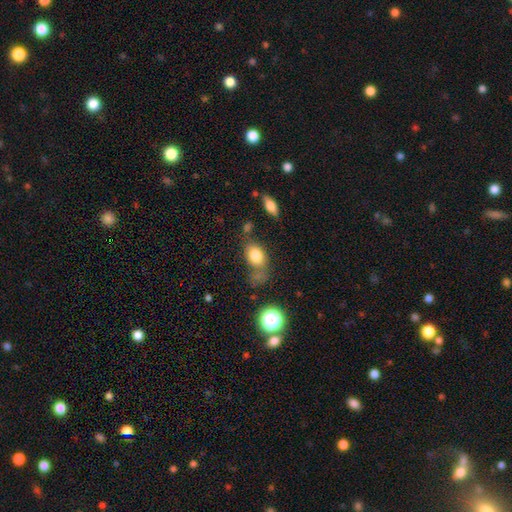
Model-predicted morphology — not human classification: This appears to be a smooth galaxy with no disk features (80%) that is in between round and cigar-shaped (76%). Merging: none (50%).